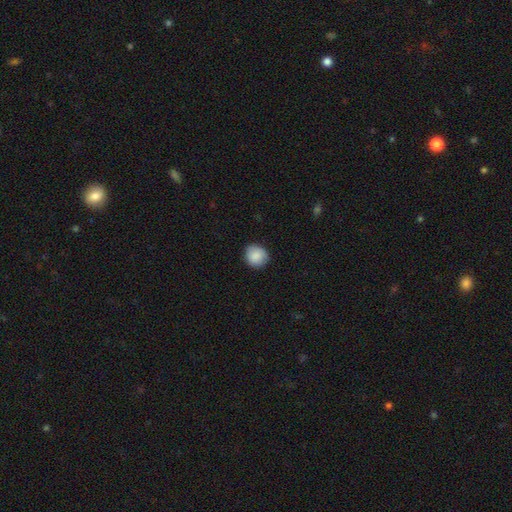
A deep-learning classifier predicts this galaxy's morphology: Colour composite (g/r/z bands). It shows a smooth galaxy with no disk features (88%) that is round (87%). Merging: none (86%).